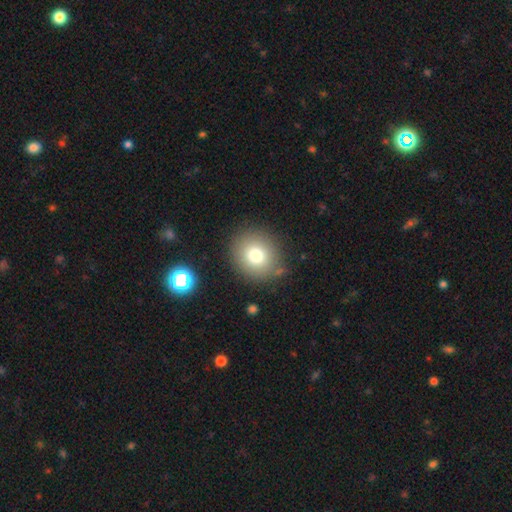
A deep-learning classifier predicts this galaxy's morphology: Smooth or featured?
  - smooth: 78% *
  - star or artifact: 12%
  - featured or disk: 11%
How rounded?
  - round: 84% *
  - in between: 15%
  - cigar-shaped: 1%
Merging?
  - none: 83% *
  - minor disturbance: 10%
  - major disturbance: 4%
  - merger: 3%